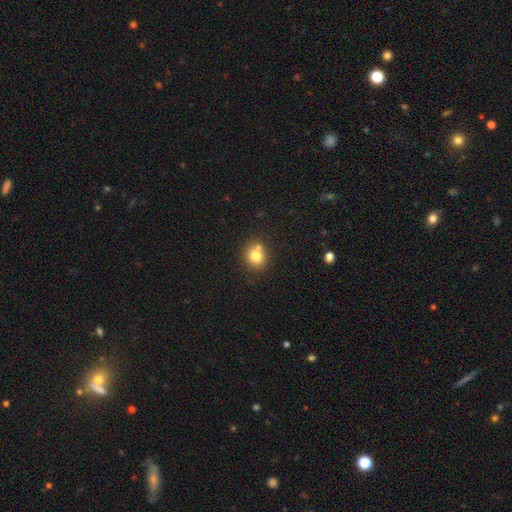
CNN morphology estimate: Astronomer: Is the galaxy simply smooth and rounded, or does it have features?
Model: smooth — 77%.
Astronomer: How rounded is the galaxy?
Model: round — 77%.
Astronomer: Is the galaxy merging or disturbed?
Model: none — 62%.